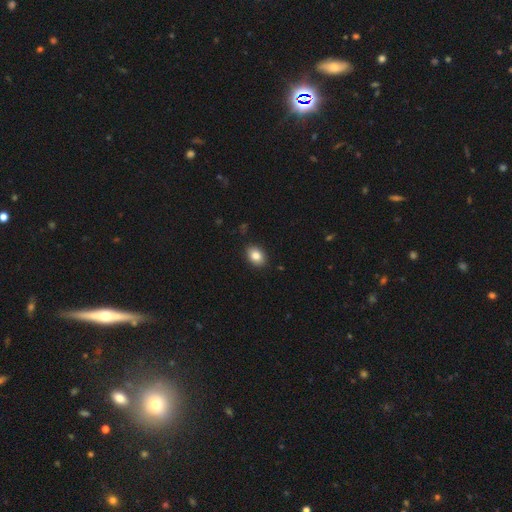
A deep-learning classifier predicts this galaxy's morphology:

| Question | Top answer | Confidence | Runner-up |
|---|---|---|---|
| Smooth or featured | smooth | 85% | star or artifact (8%) |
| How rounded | in between | 77% | round (22%) |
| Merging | none | 89% | minor disturbance (8%) |